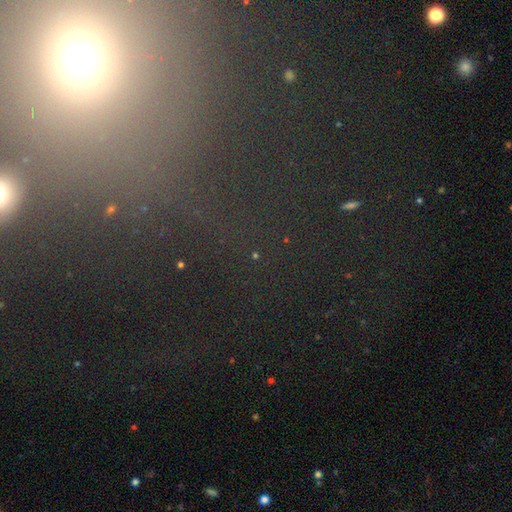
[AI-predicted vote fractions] Smooth or featured? Predicted: star or artifact (p=0.74).